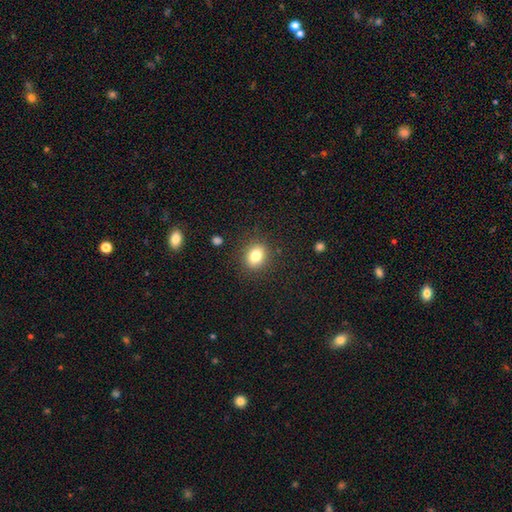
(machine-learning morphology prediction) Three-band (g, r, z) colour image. It shows a smooth galaxy with no disk features (82%) that is in between round and cigar-shaped (52%). Merging: none (87%).